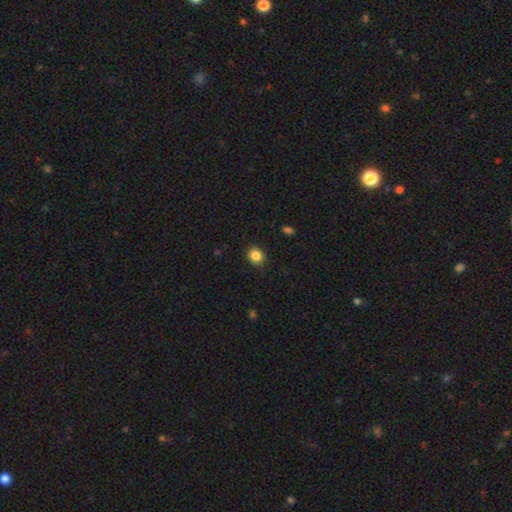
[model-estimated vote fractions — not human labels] Smooth or featured? smooth (86%)
How rounded? round (73%)
Merging? none (89%)